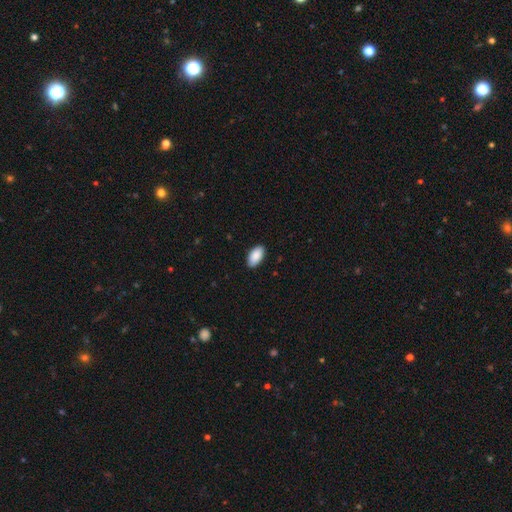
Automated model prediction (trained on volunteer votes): A smooth galaxy with no disk features (90%) that is in between round and cigar-shaped (96%).

Vote fractions:
- Smooth or featured? smooth: 90% / star or artifact: 6% / featured or disk: 4%
- How rounded? in between: 96% / round: 2% / cigar-shaped: 2%
- Merging? none: 89% / minor disturbance: 8% / major disturbance: 2% / merger: 1%